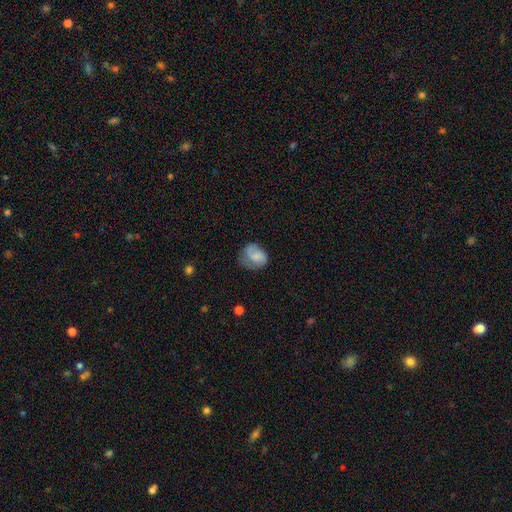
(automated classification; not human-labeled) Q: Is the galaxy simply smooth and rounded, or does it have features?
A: smooth — 56%.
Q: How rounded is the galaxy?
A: in between — 50%.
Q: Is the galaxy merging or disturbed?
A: none — 44%.